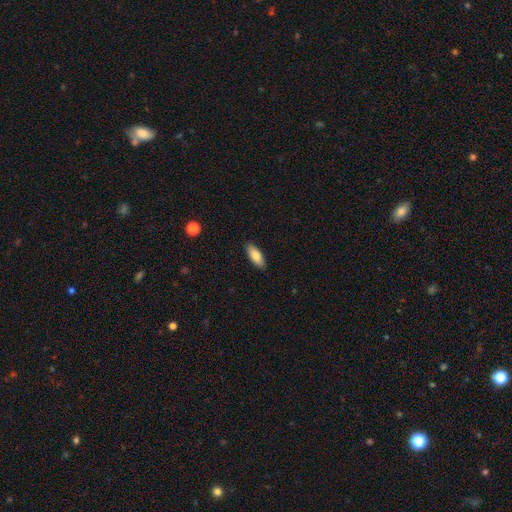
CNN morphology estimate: Smooth or featured: smooth — 82% (featured or disk — 12%)
How rounded: in between — 77% (cigar-shaped — 21%)
Merging: none — 89% (minor disturbance — 8%)